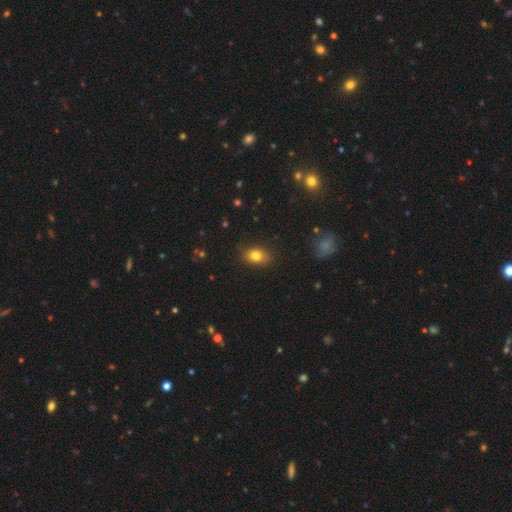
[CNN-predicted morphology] This is clearly a smooth galaxy (80%). How rounded: likely in between (76%). Merging: clearly none (82%).